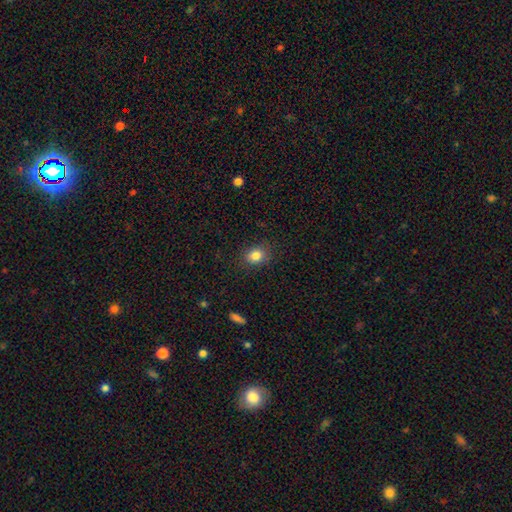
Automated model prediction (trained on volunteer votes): Smooth or featured: smooth — 83% (star or artifact — 11%)
How rounded: round — 56% (in between — 43%)
Merging: none — 85% (minor disturbance — 11%)